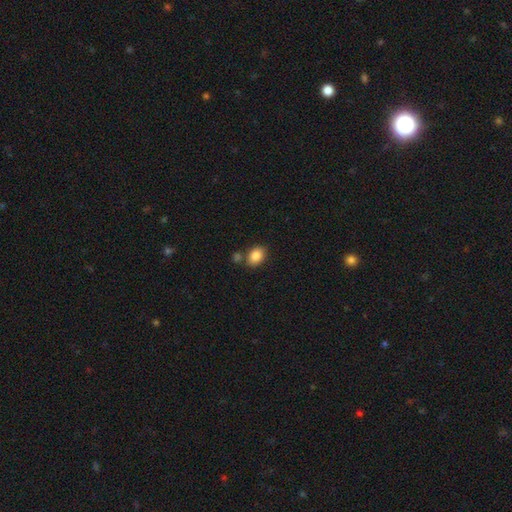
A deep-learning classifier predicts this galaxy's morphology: This appears to be a smooth galaxy with no disk features (86%) that is in between round and cigar-shaped (74%). Merging: none (70%).